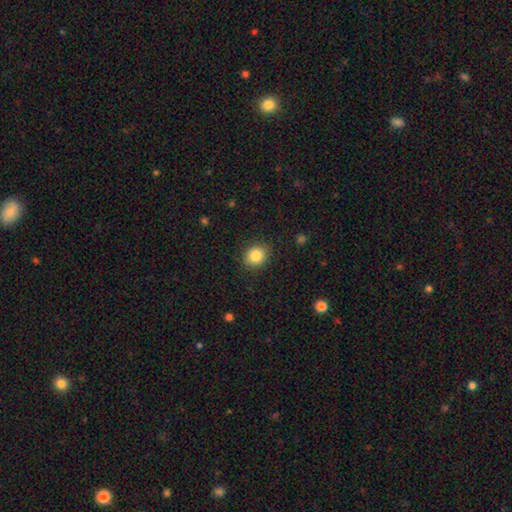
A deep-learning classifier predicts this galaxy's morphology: Smooth or featured? smooth (85%)
How rounded? round (73%)
Merging? none (88%)